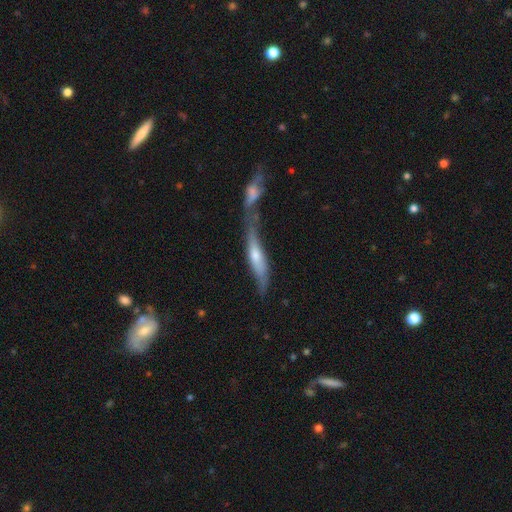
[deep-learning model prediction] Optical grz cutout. It shows a featured or disk galaxy (53%) viewed edge-on (72%). Merging: merger (56%).